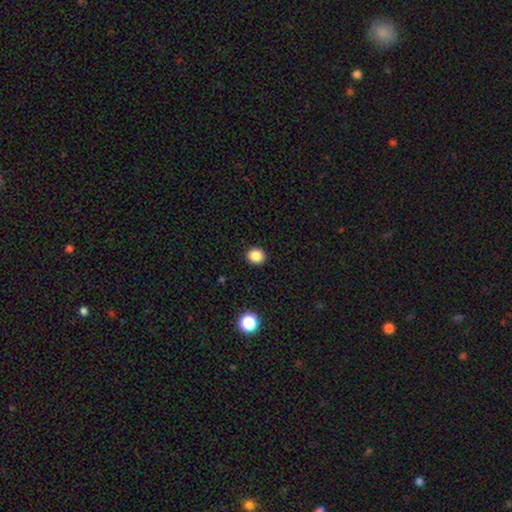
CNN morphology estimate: A smooth galaxy with no disk features (86%) that is round (86%).

Vote fractions:
- Smooth or featured? smooth: 86% / star or artifact: 11% / featured or disk: 3%
- How rounded? round: 86% / in between: 13% / cigar-shaped: 1%
- Merging? none: 92% / minor disturbance: 5% / major disturbance: 2% / merger: 1%